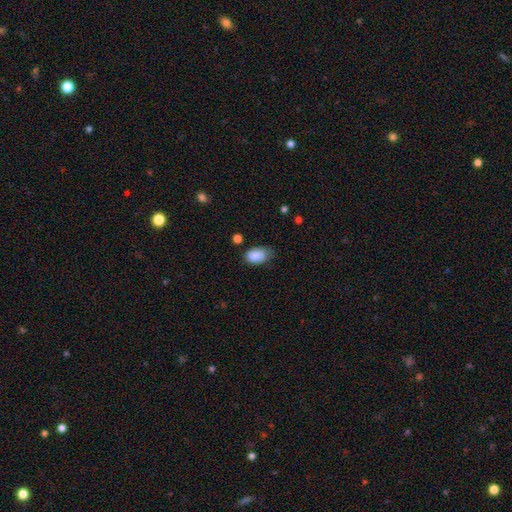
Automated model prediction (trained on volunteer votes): smooth_or_featured: smooth (p=0.81) [alt: featured or disk p=0.11]
how_rounded: in between (p=0.87) [alt: round p=0.12]
merging: none (p=0.54) [alt: minor disturbance p=0.35]